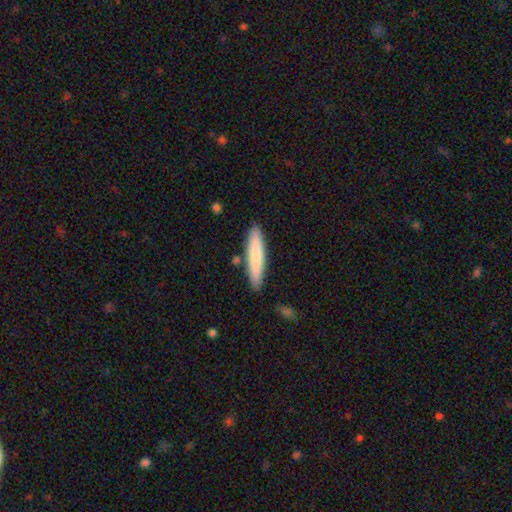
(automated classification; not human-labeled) Morphology: type=smooth (79%); roundness=cigar-shaped (87%); merging=none (86%).